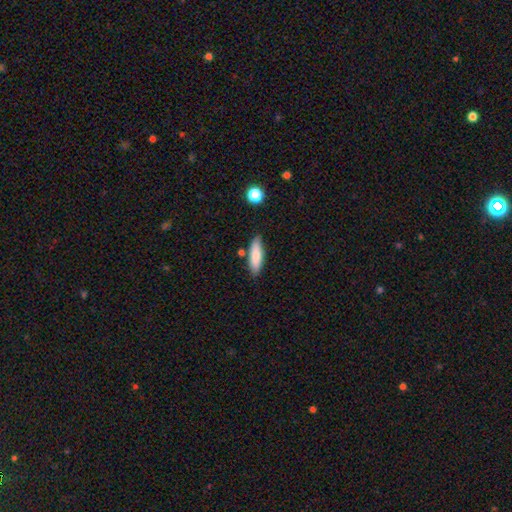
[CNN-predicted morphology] Q: Smooth or featured?
A: smooth (81%); runner-up: featured or disk (13%)
Q: How rounded?
A: cigar-shaped (52%); runner-up: in between (46%)
Q: Merging?
A: none (80%); runner-up: minor disturbance (13%)